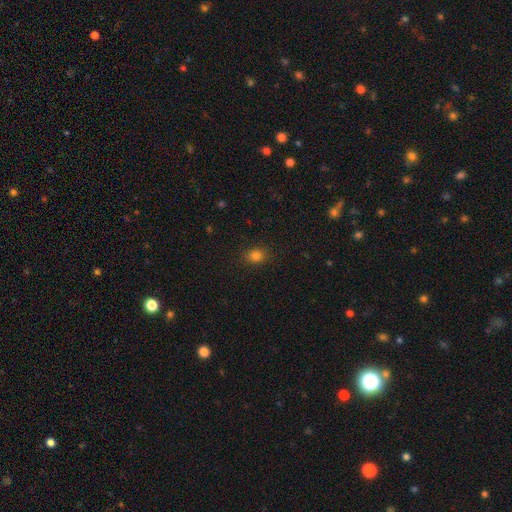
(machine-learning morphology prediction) The model was most divided on "how rounded": round: 53%, in between: 46%, cigar-shaped: 1%. More confident: merging — none (87%); smooth or featured — smooth (81%).